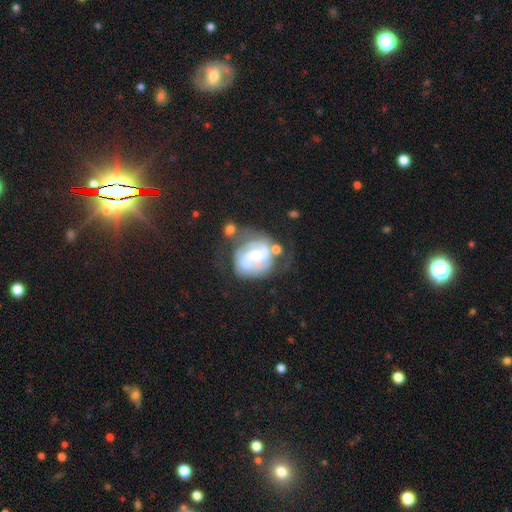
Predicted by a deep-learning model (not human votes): A featured or disk galaxy (78%) with no bar (61%), 2 (53%) tight (47%) spiral arms (87%) and a small central bulge (49%). Merging: none (42%).